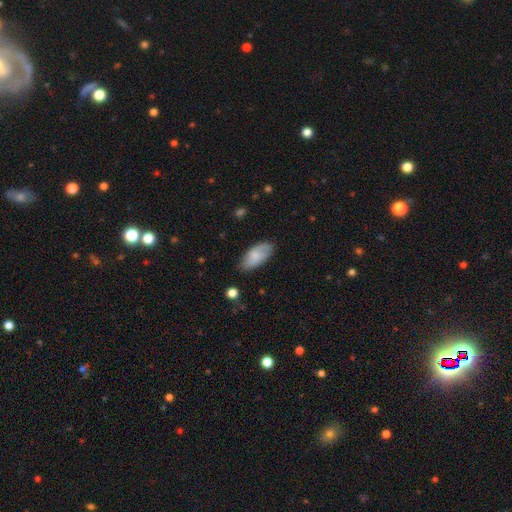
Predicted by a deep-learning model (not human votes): The model was most divided on "smooth or featured": smooth: 73%, featured or disk: 20%, star or artifact: 6%. More confident: how rounded — in between (92%); merging — none (75%).